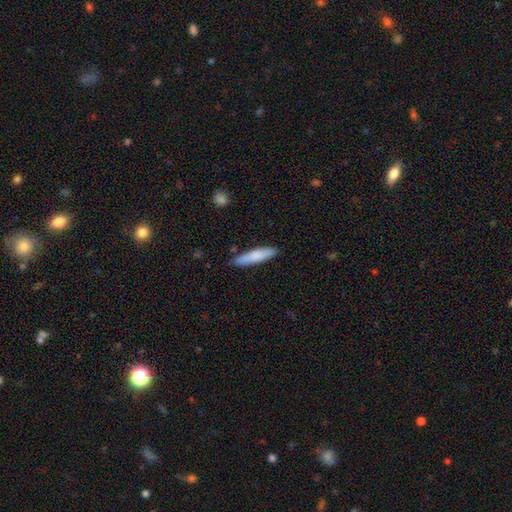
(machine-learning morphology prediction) A smooth galaxy with no disk features (78%) that is cigar-shaped (82%).

Vote fractions:
- Smooth or featured? smooth: 78% / featured or disk: 17% / star or artifact: 6%
- How rounded? cigar-shaped: 82% / in between: 16% / round: 1%
- Merging? none: 85% / minor disturbance: 11% / major disturbance: 2% / merger: 2%